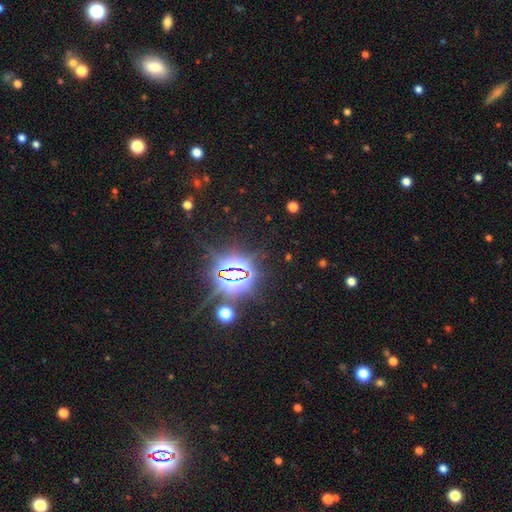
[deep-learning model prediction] The model was most divided on "smooth or featured": star or artifact: 84%, smooth: 9%, featured or disk: 7%.